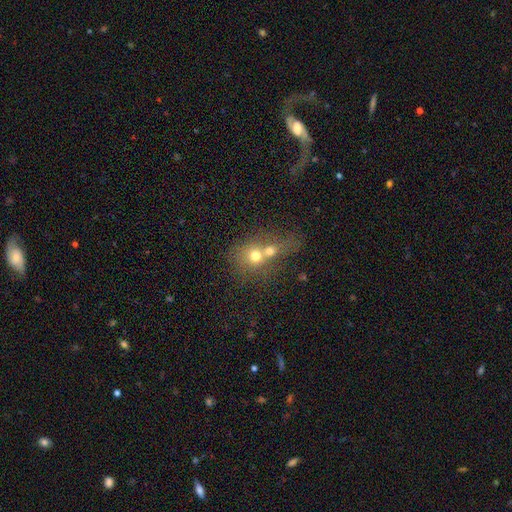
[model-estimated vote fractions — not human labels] Morphology: type=smooth (64%); roundness=round (72%); merging=merger (71%).